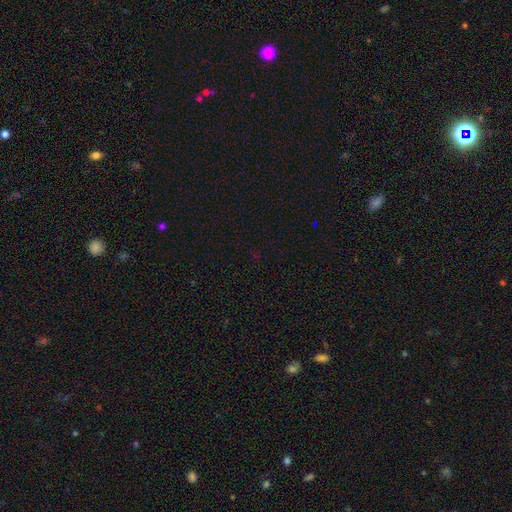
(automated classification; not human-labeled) Smooth or featured: star or artifact — 70% (smooth — 23%)